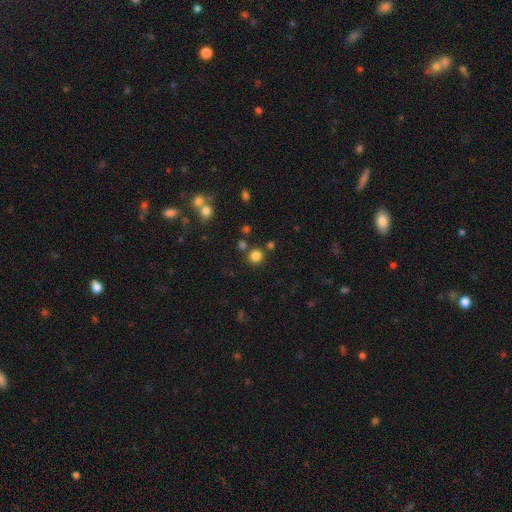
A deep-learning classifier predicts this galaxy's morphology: Smooth or featured? smooth (81%)
How rounded? round (93%)
Merging? none (82%)